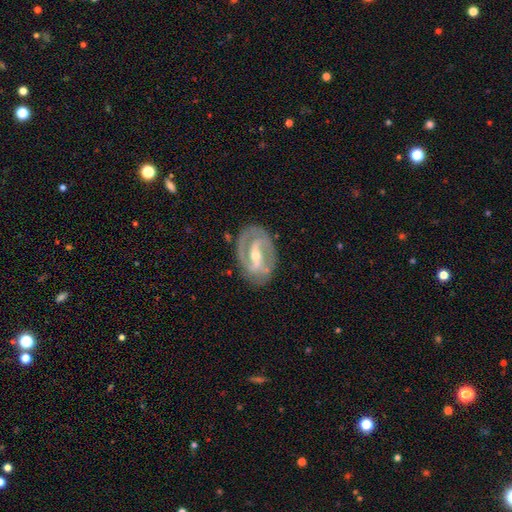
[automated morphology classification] This appears to be a featured or disk galaxy (88%) with a strong bar (55%), 2 (85%) medium (47%) spiral arms (91%) and a moderate central bulge (55%). Merging: none (79%).